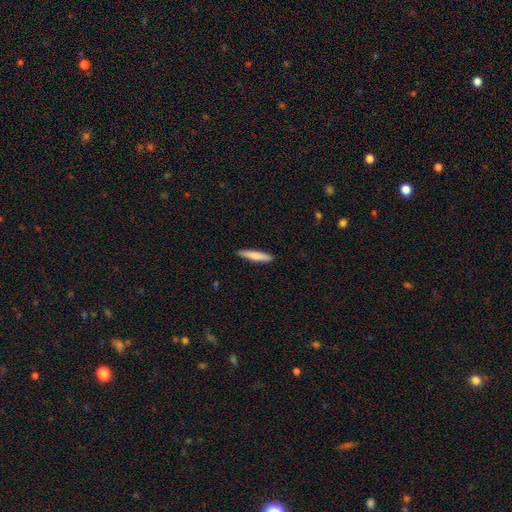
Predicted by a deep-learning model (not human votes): Smooth or featured?
  - smooth: 78% *
  - featured or disk: 17%
  - star or artifact: 5%
How rounded?
  - cigar-shaped: 89% *
  - in between: 9%
  - round: 1%
Merging?
  - none: 89% *
  - minor disturbance: 8%
  - major disturbance: 2%
  - merger: 1%